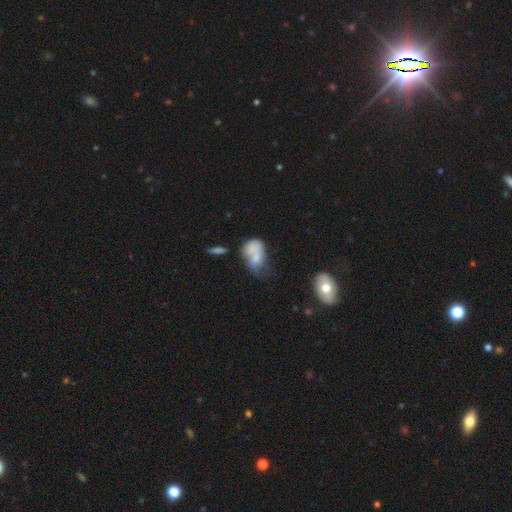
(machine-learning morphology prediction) The model was most divided on "merging": merger: 42%, minor disturbance: 20%, none: 20%, major disturbance: 19%. More confident: how rounded — in between (78%); smooth or featured — smooth (67%).